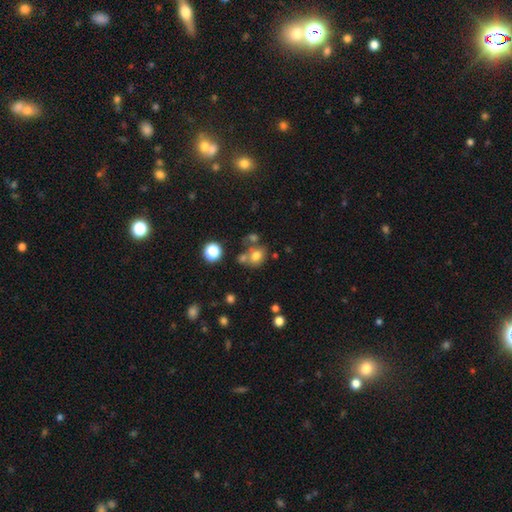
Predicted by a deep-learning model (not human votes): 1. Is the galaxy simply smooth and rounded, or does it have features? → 71% smooth, 15% star or artifact, 13% featured or disk.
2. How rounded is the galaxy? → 63% round, 36% in between, 1% cigar-shaped.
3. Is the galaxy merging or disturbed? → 50% none, 28% merger, 15% minor disturbance, 7% major disturbance.